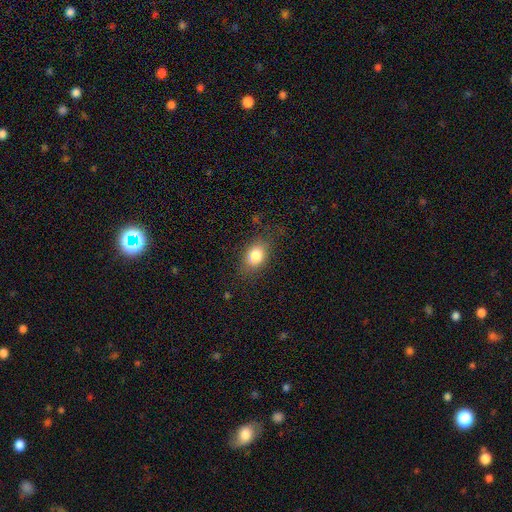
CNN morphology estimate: Smooth or featured? smooth (81%)
How rounded? in between (72%)
Merging? none (76%)